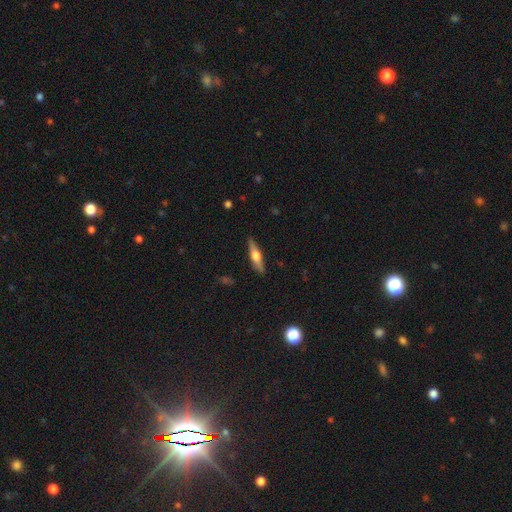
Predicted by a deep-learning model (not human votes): Smooth or featured? Predicted: featured or disk (p=0.55). Edge-on disk? Predicted: yes (p=0.95). Edge-on bulge? Predicted: rounded (p=0.89). Merging? Predicted: none (p=0.88).